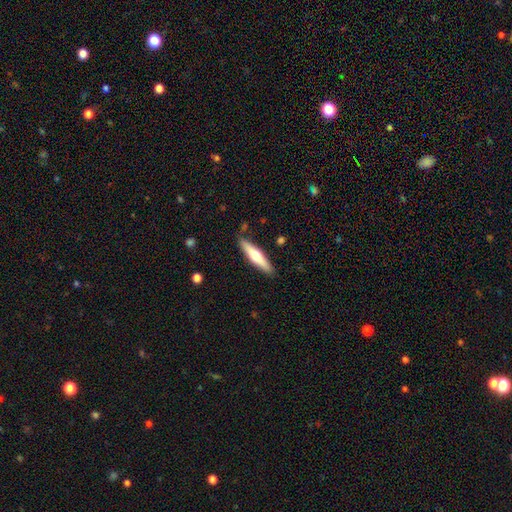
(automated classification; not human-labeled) Smooth or featured? smooth (52%)
How rounded? cigar-shaped (80%)
Merging? none (87%)